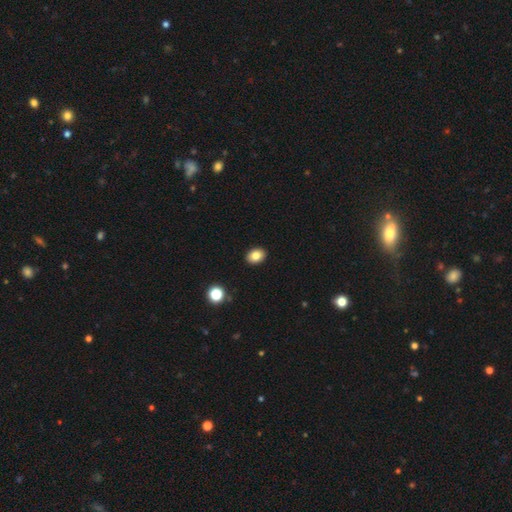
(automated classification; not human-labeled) Smooth or featured? Predicted: smooth (p=0.84). How rounded? Predicted: in between (p=0.73). Merging? Predicted: none (p=0.91).